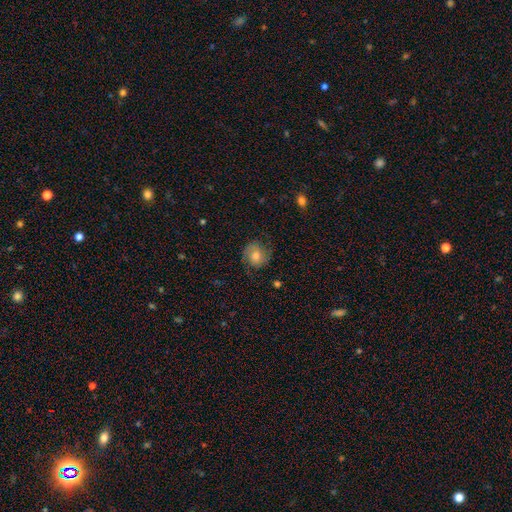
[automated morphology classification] Smooth or featured: featured or disk — 46% (smooth — 45%)
Merging: none — 72% (minor disturbance — 18%)